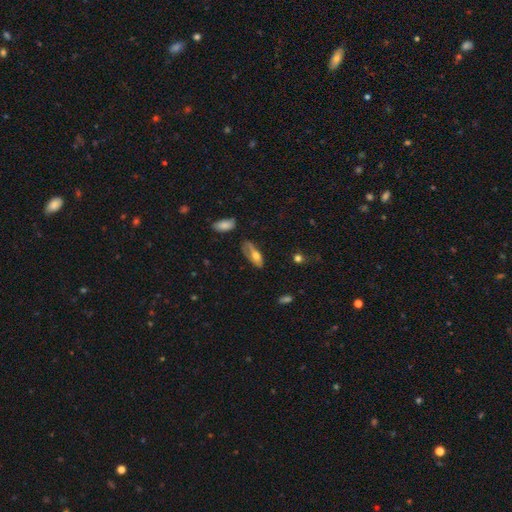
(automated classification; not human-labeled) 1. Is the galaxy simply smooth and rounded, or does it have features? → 60% smooth, 33% featured or disk, 7% star or artifact.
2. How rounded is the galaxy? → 75% in between, 22% cigar-shaped, 3% round.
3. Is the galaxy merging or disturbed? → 46% none, 32% minor disturbance, 18% major disturbance, 4% merger.